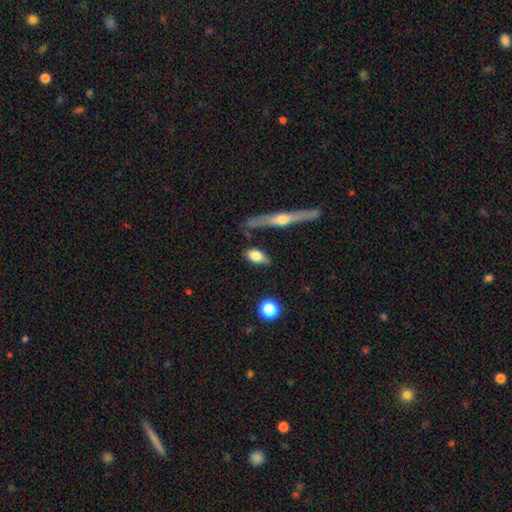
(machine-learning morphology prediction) A smooth galaxy with no disk features (72%) that is in between round and cigar-shaped (81%).

Vote fractions:
- Smooth or featured? smooth: 72% / featured or disk: 21% / star or artifact: 7%
- How rounded? in between: 81% / round: 10% / cigar-shaped: 9%
- Merging? none: 67% / minor disturbance: 20% / merger: 7% / major disturbance: 6%